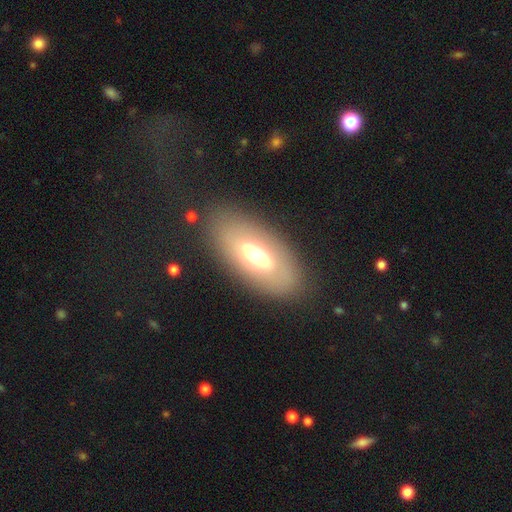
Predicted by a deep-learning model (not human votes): Overall: smooth (53%; featured or disk 39%). How rounded: in between (87%). Merging: none (82%).